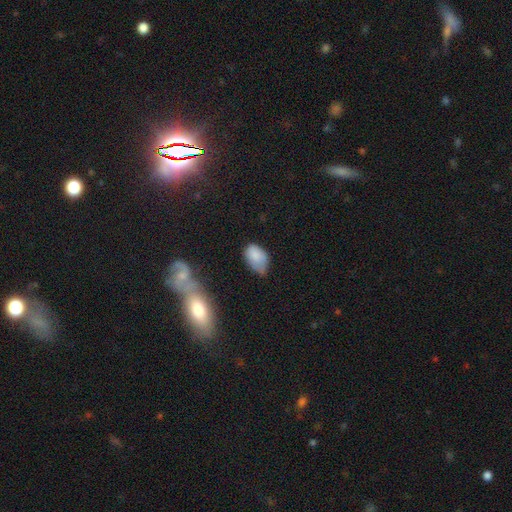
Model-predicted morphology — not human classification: type=smooth (81%); roundness=in between (89%); merging=minor disturbance (46%).